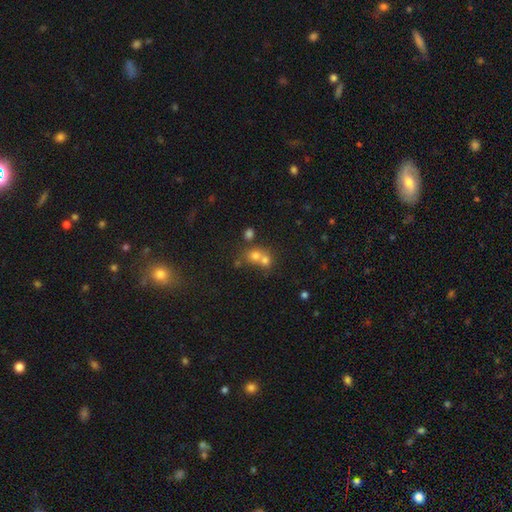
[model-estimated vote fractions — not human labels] smooth-or-featured: smooth: 69% | star or artifact: 16% | featured or disk: 15%
  how-rounded: round: 74% | in between: 24% | cigar-shaped: 1%
  merging: merger: 59% | none: 32% | minor disturbance: 6% | major disturbance: 3%